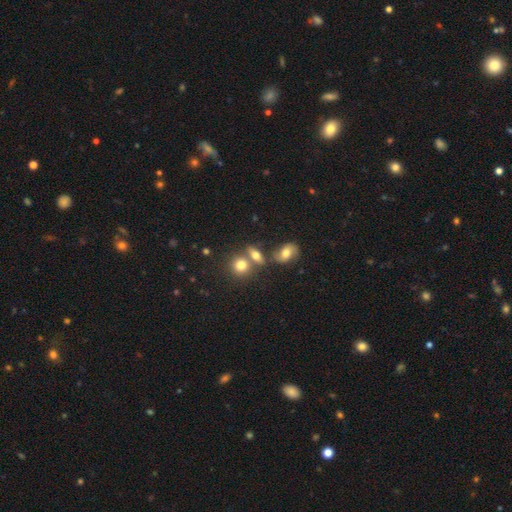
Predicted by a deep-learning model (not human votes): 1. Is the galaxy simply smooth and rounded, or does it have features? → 74% smooth, 15% featured or disk, 12% star or artifact.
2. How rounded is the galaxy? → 52% in between, 44% round, 5% cigar-shaped.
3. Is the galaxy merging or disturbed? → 52% none, 32% merger, 11% minor disturbance, 5% major disturbance.